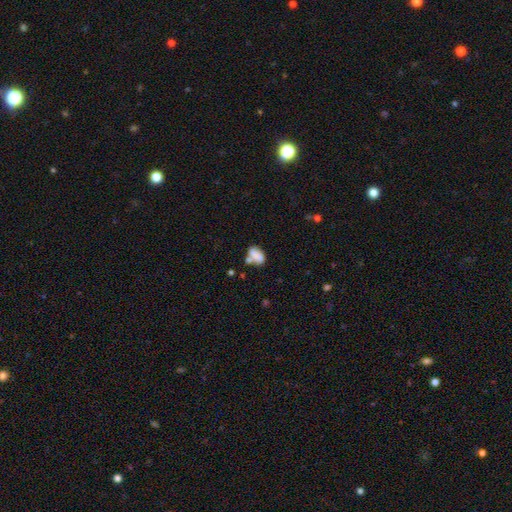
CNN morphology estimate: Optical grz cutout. It shows a smooth galaxy with no disk features (75%) that is in between round and cigar-shaped (87%). Merging: none (43%).